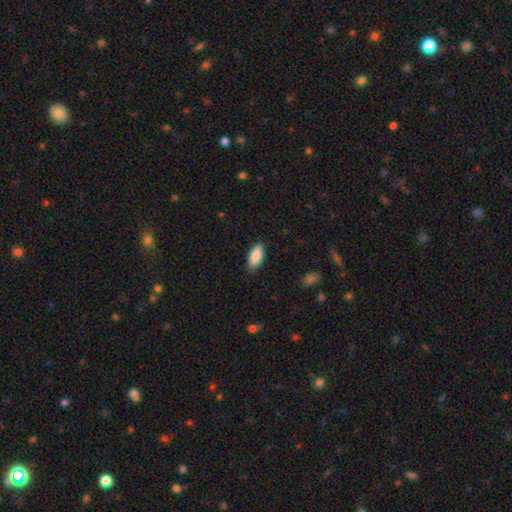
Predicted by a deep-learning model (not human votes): Smooth or featured? Predicted: smooth (p=0.87). How rounded? Predicted: in between (p=0.85). Merging? Predicted: none (p=0.86).